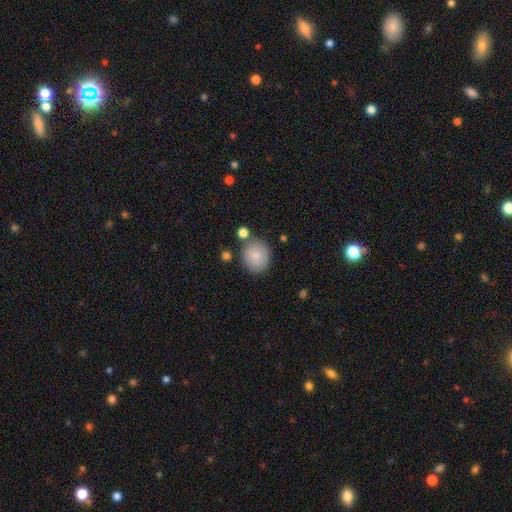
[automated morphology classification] A smooth galaxy with no disk features (83%) that is round (77%).

Vote fractions:
- Smooth or featured? smooth: 83% / featured or disk: 9% / star or artifact: 8%
- How rounded? round: 77% / in between: 22% / cigar-shaped: 1%
- Merging? none: 77% / minor disturbance: 12% / merger: 8% / major disturbance: 3%